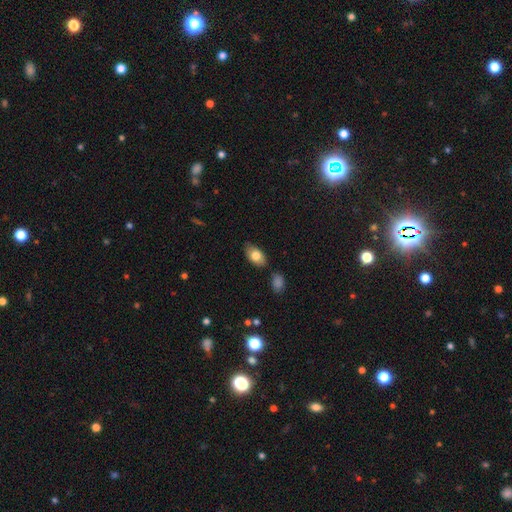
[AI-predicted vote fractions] This is likely a smooth galaxy (79%). How rounded: clearly in between (92%). Merging: clearly none (81%).